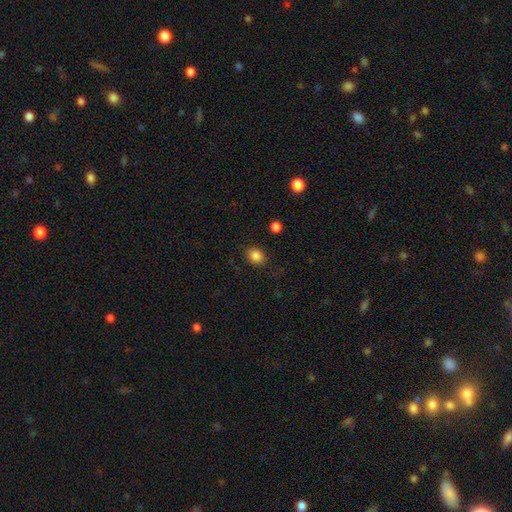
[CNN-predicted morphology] Smooth or featured? Predicted: smooth (p=0.85). How rounded? Predicted: round (p=0.59). Merging? Predicted: none (p=0.84).